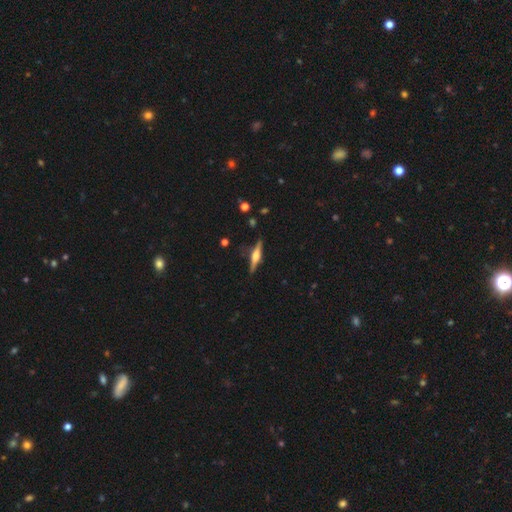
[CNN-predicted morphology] This appears to be a featured or disk galaxy (75%) viewed edge-on (98%) with a rounded central bulge (84%). Merging: none (87%).